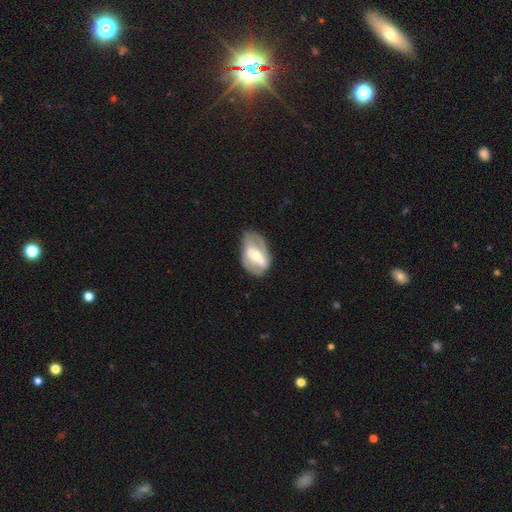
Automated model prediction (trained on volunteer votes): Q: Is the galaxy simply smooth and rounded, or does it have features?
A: featured or disk — 72%.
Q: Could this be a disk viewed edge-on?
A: no — 91%.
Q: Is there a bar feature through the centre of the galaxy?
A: strong — 64%.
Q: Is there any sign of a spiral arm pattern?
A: yes — 53%.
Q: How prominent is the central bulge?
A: moderate — 61%.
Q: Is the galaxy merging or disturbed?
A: none — 60%.